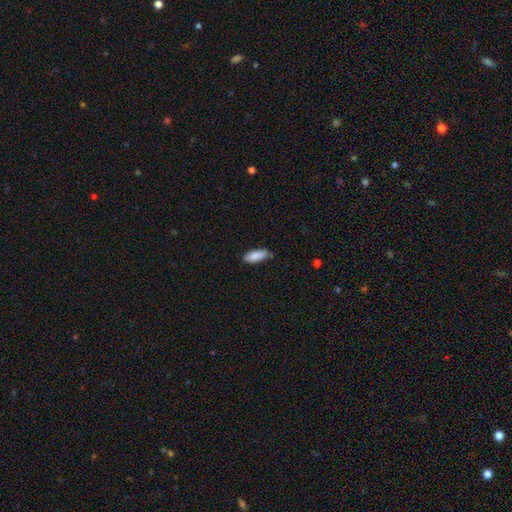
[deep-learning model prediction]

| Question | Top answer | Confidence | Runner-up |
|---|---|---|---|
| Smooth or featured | smooth | 87% | featured or disk (7%) |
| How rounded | in between | 77% | cigar-shaped (21%) |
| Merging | none | 76% | minor disturbance (19%) |